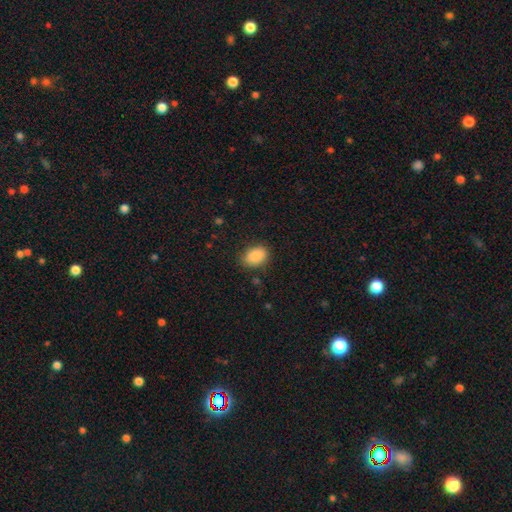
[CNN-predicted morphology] A smooth galaxy with no disk features (89%) that is in between round and cigar-shaped (83%). Merging: none (82%).